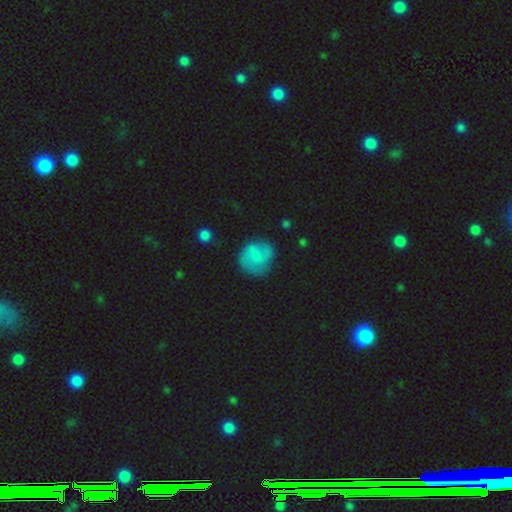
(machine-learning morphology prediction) Smooth or featured? Predicted: smooth (p=0.47). Merging? Predicted: none (p=0.69).